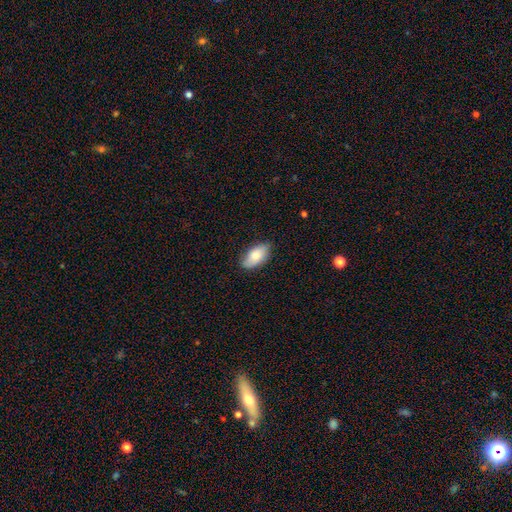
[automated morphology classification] The model was most divided on "merging": none: 78%, minor disturbance: 18%, major disturbance: 3%, merger: 1%. More confident: how rounded — in between (94%); smooth or featured — smooth (77%).